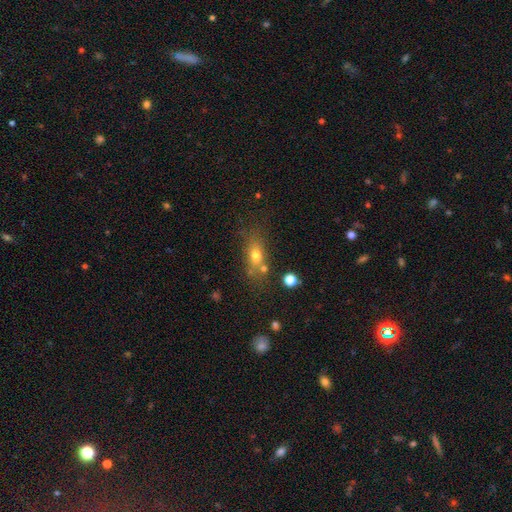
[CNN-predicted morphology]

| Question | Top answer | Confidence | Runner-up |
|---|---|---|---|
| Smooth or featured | smooth | 67% | featured or disk (18%) |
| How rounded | in between | 64% | round (23%) |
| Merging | none | 61% | minor disturbance (16%) |